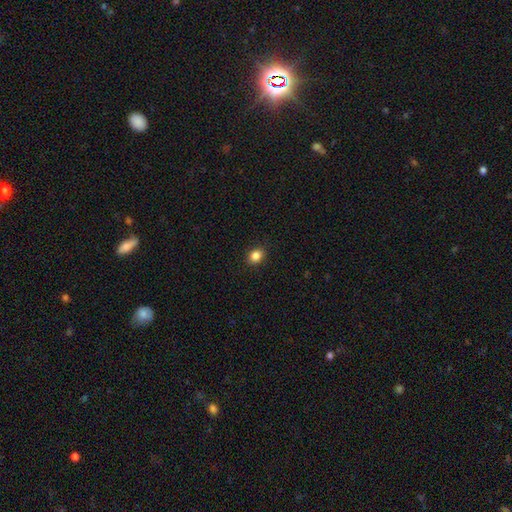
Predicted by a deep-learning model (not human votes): Smooth or featured: smooth — 85% (star or artifact — 11%)
How rounded: round — 57% (in between — 42%)
Merging: none — 90% (minor disturbance — 7%)